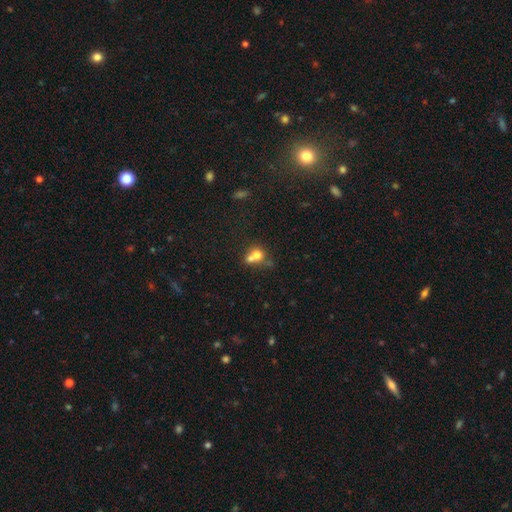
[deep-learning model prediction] A smooth galaxy with no disk features (69%) that is round (69%).

Vote fractions:
- Smooth or featured? smooth: 69% / featured or disk: 19% / star or artifact: 12%
- How rounded? round: 69% / in between: 29% / cigar-shaped: 1%
- Merging? merger: 63% / none: 25% / minor disturbance: 7% / major disturbance: 4%